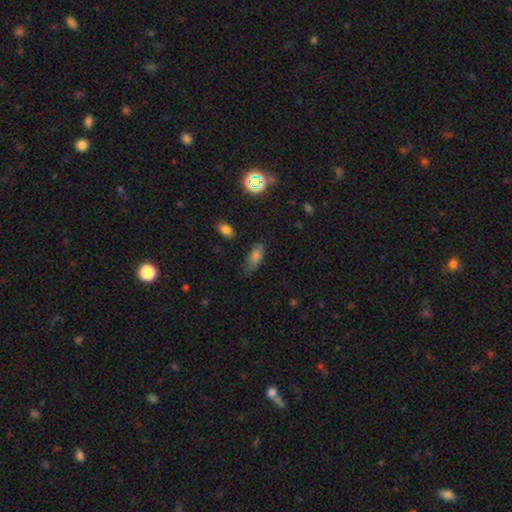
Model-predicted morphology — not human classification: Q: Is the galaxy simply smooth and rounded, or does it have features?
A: smooth — 74%.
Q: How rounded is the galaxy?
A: in between — 82%.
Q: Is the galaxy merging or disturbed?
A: none — 59%.